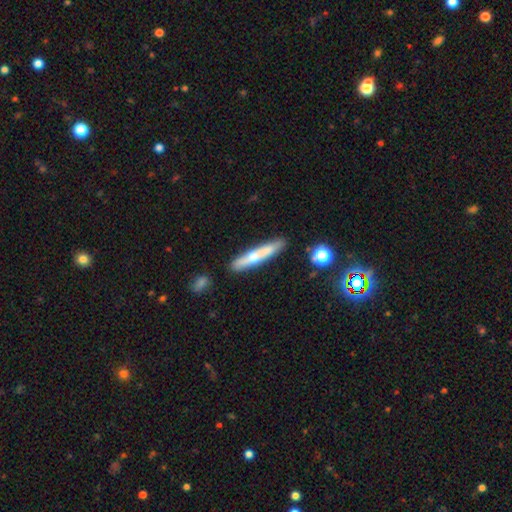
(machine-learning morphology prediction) A smooth galaxy with no disk features (48%).

Vote fractions:
- Smooth or featured? smooth: 48% / featured or disk: 45% / star or artifact: 7%
- Merging? none: 85% / minor disturbance: 10% / merger: 3% / major disturbance: 2%